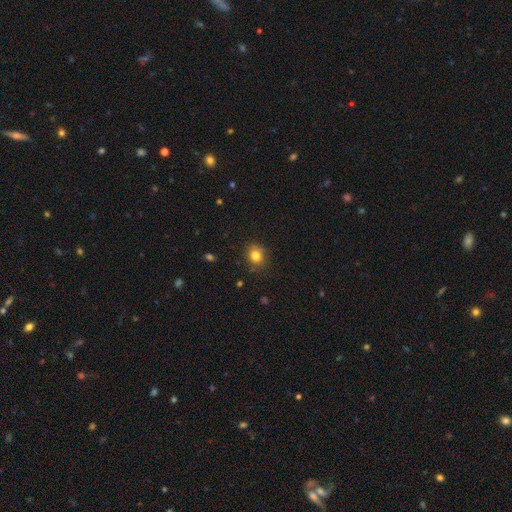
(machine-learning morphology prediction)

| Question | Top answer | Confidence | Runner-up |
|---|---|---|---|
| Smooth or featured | smooth | 81% | star or artifact (12%) |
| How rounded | round | 74% | in between (25%) |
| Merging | none | 80% | minor disturbance (15%) |